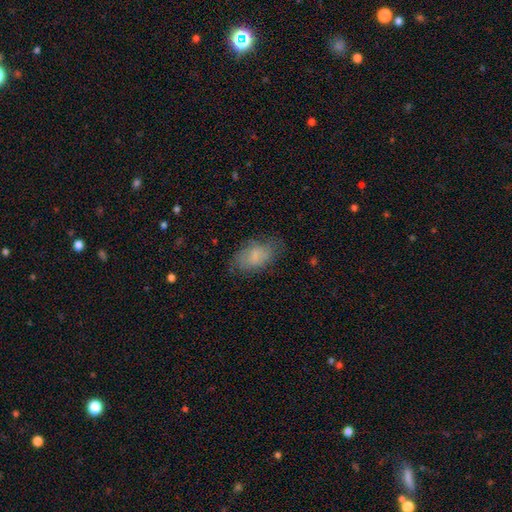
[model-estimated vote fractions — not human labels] This is likely a smooth galaxy (72%). How rounded: clearly in between (92%). Merging: likely none (69%).